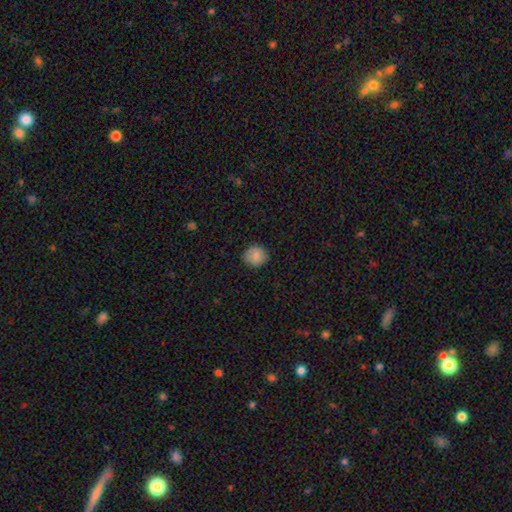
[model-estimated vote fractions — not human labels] Smooth or featured? smooth (87%)
How rounded? round (80%)
Merging? none (86%)